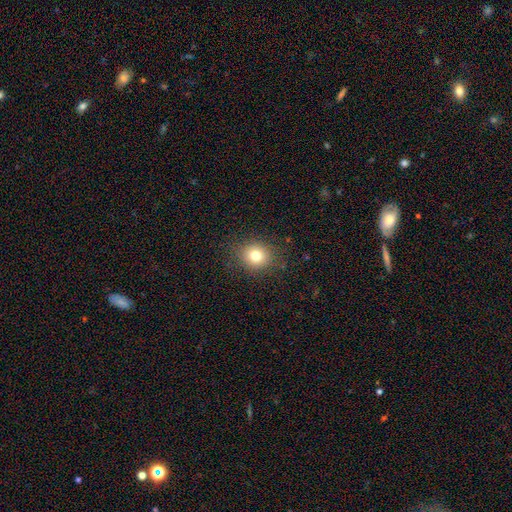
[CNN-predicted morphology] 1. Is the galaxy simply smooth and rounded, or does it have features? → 77% smooth, 14% star or artifact, 9% featured or disk.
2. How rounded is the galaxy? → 80% round, 19% in between, 1% cigar-shaped.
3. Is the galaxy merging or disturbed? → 86% none, 9% minor disturbance, 4% major disturbance, 1% merger.